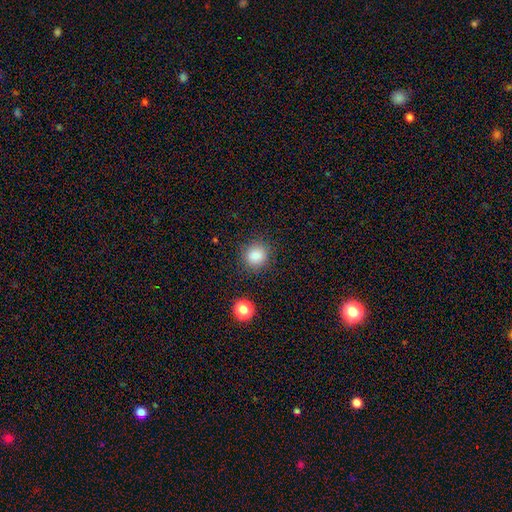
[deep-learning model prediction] A smooth galaxy with no disk features (85%) that is round (84%). Merging: none (85%).